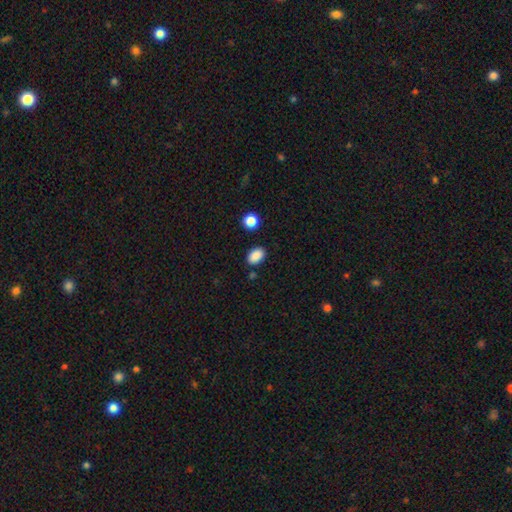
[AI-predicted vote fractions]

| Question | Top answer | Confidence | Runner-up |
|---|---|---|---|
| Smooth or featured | smooth | 88% | star or artifact (9%) |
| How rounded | in between | 82% | round (16%) |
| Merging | none | 84% | minor disturbance (10%) |